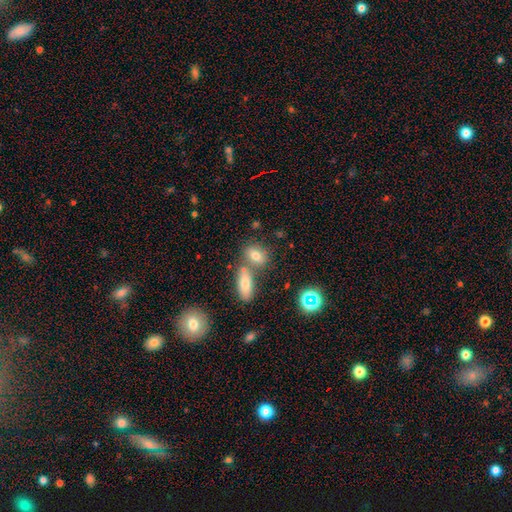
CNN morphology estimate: This is likely a smooth galaxy (73%). How rounded: likely in between (71%). Merging: possibly none (50%).